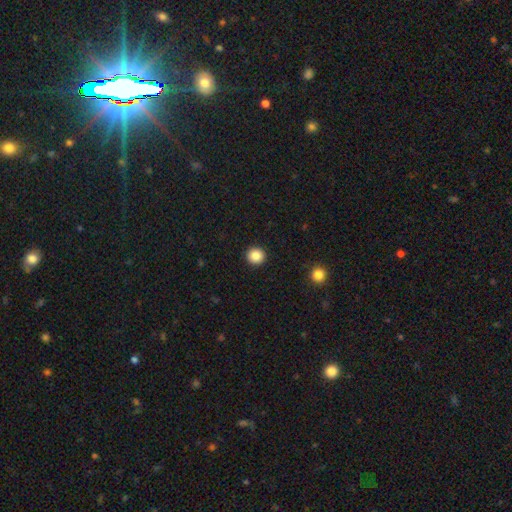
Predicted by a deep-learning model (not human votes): smooth-or-featured: smooth: 86% | star or artifact: 10% | featured or disk: 4%
  how-rounded: round: 94% | in between: 5% | cigar-shaped: 1%
  merging: none: 93% | minor disturbance: 4% | major disturbance: 2% | merger: 1%